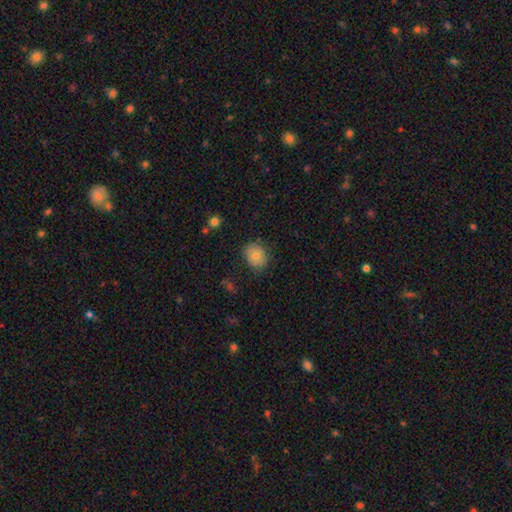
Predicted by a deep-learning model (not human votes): Smooth or featured: smooth — 77% (featured or disk — 14%)
How rounded: round — 58% (in between — 41%)
Merging: none — 78% (minor disturbance — 17%)